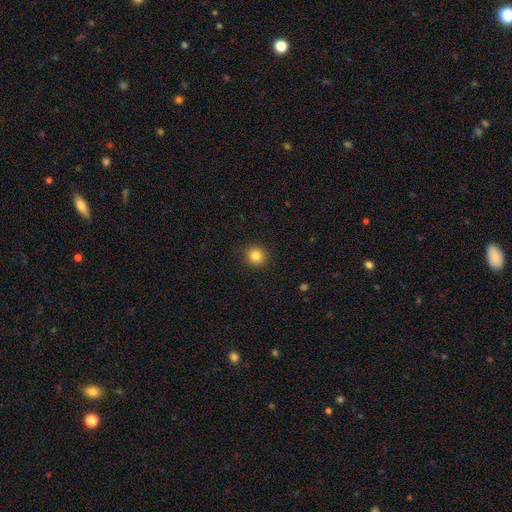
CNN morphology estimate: This is clearly a smooth galaxy (84%). How rounded: clearly round (91%). Merging: clearly none (91%).